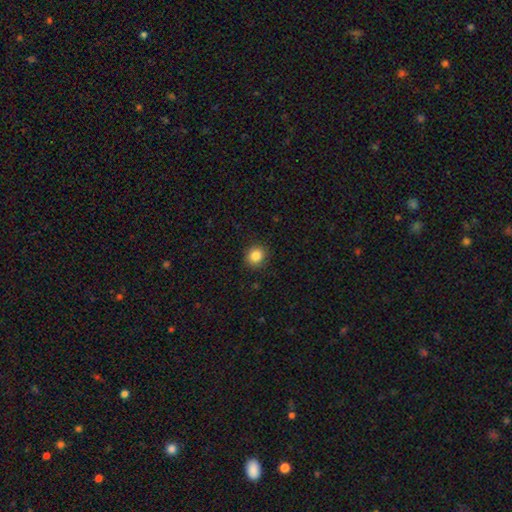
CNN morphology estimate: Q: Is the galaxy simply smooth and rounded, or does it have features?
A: smooth — 85%.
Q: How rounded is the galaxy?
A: round — 83%.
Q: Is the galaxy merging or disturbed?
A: none — 90%.